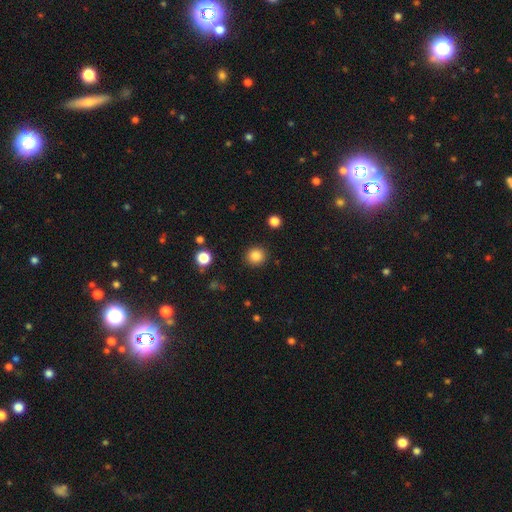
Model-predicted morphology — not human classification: Smooth or featured?
  - smooth: 86% *
  - star or artifact: 11%
  - featured or disk: 4%
How rounded?
  - round: 92% *
  - in between: 7%
  - cigar-shaped: 1%
Merging?
  - none: 91% *
  - minor disturbance: 6%
  - major disturbance: 2%
  - merger: 1%